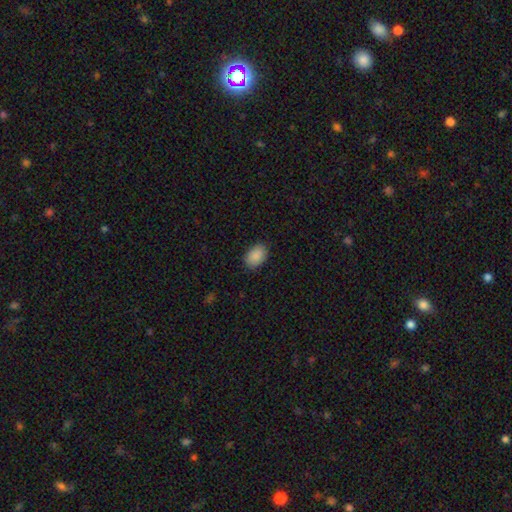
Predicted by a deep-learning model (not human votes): Overall: smooth (90%). How rounded: in between (88%). Merging: none (88%).